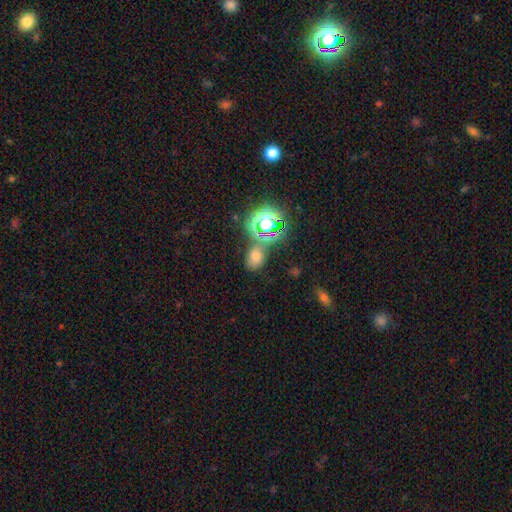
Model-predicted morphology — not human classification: This appears to be a smooth galaxy with no disk features (59%) that is in between round and cigar-shaped (59%). Merging: none (62%).